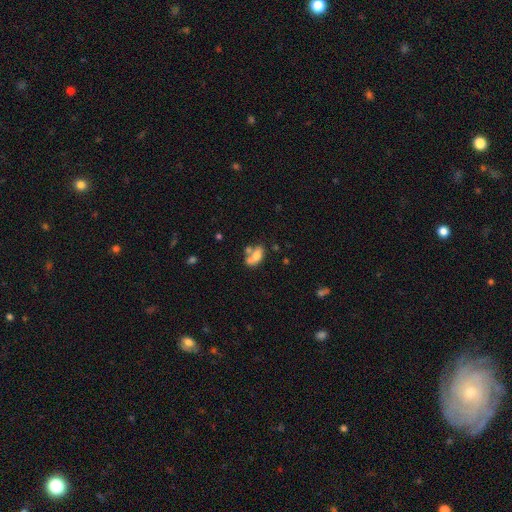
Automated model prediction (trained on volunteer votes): smooth 68%, featured or disk 23%, star or artifact 10%. Down the decision tree: how rounded — in between (87%); merging — merger (47%).